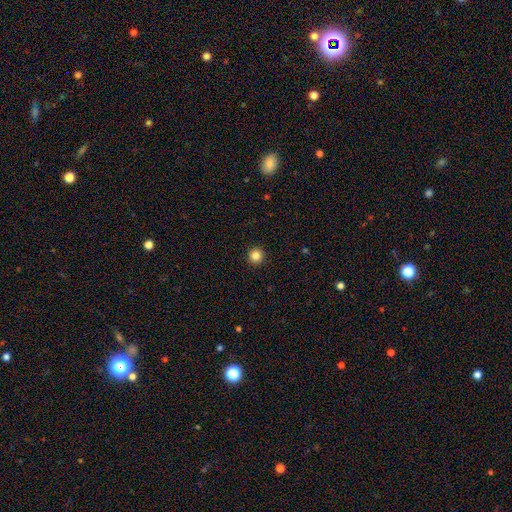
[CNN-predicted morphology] Smooth or featured? smooth (85%)
How rounded? round (96%)
Merging? none (93%)